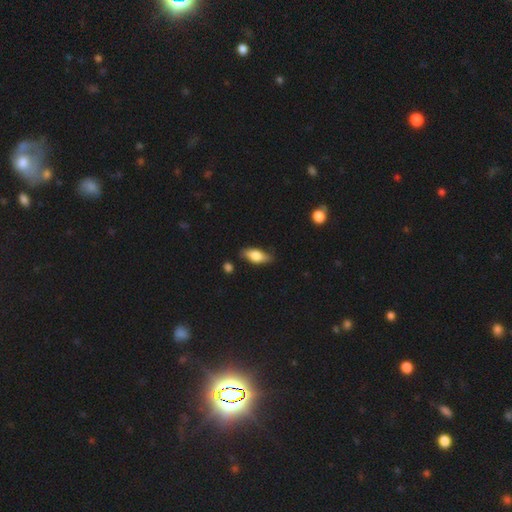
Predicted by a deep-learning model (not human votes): smooth 69%, featured or disk 25%, star or artifact 6%. Down the decision tree: how rounded — in between (80%); merging — none (80%).